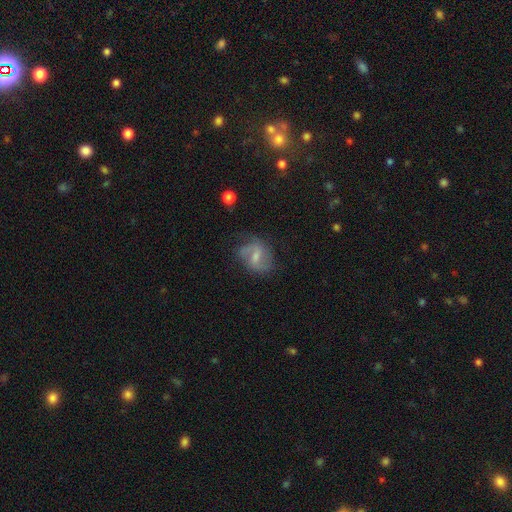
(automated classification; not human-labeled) A featured or disk galaxy (65%) with a weak bar (54%), 2 (77%) loose (42%, tied with medium) spiral arms (85%) and a small central bulge (41%).

Vote fractions:
- Smooth or featured? featured or disk: 65% / smooth: 27% / star or artifact: 8%
- Edge-on disk? no: 97% / yes: 3%
- Bar? weak: 54% / strong: 25% / no: 21%
- Spiral arms? yes: 85% / no: 15%
- Spiral winding? loose: 42% (tied) / medium: 42% (tied) / tight: 16%
- Spiral arm count? 2: 77% / can't tell: 11% / 1: 6% / 3: 3% / 4: 1% / more than 4: 1%
- Bulge size? small: 41% / moderate: 39% / none: 15% / large: 4% / dominant: 1%
- Merging? none: 59% / minor disturbance: 24% / major disturbance: 14% / merger: 3%